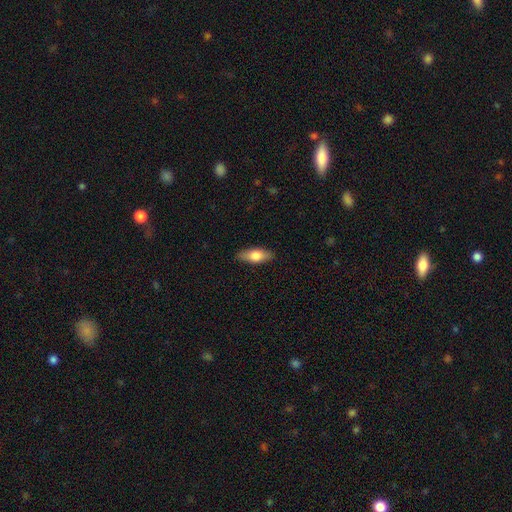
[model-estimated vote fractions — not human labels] Smooth or featured: smooth — 71% (featured or disk — 23%)
How rounded: in between — 75% (cigar-shaped — 22%)
Merging: none — 88% (minor disturbance — 9%)